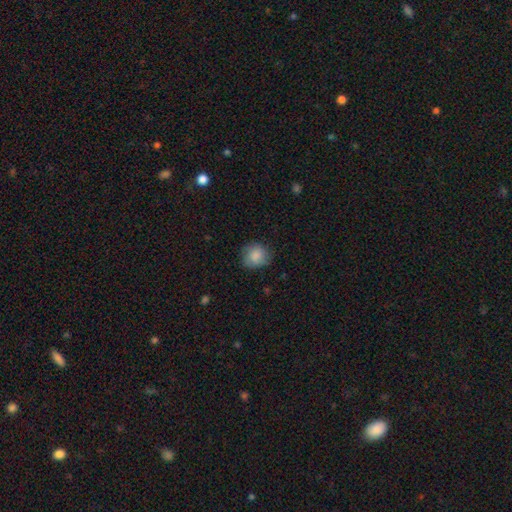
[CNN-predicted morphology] Q: Smooth or featured?
A: smooth (86%); runner-up: star or artifact (7%)
Q: How rounded?
A: round (80%); runner-up: in between (20%)
Q: Merging?
A: none (78%); runner-up: minor disturbance (17%)